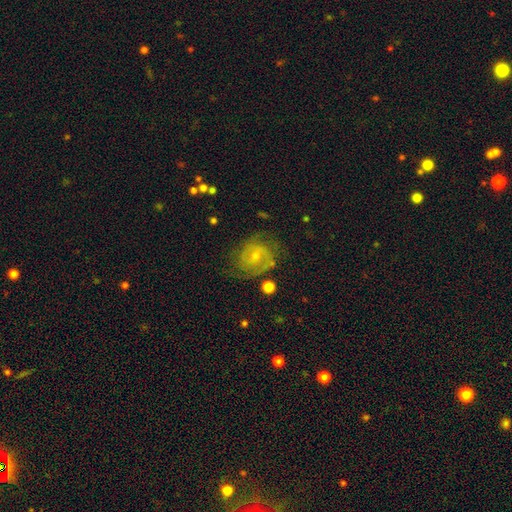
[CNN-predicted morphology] smooth-or-featured: featured or disk: 69% | smooth: 20% | star or artifact: 11%
  disk-edge-on: no: 97% | yes: 3%
    bar: no: 55% | weak: 39% | strong: 7%
    has-spiral-arms: yes: 89% | no: 11%
      spiral-winding: tight: 46% | medium: 40% | loose: 14%
      spiral-arm-count: 2: 54% | can't tell: 27% | 3: 8% | 1: 5% | 4: 3% | more than 4: 3%
    bulge-size: small: 65% | moderate: 29% | none: 4% | large: 1% | dominant: 1%
  merging: none: 68% | minor disturbance: 19% | major disturbance: 11% | merger: 3%